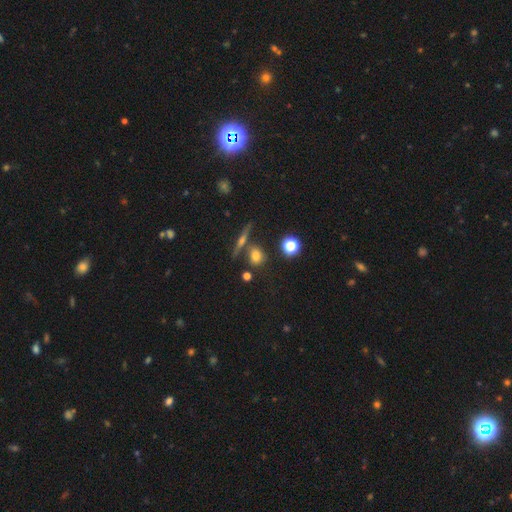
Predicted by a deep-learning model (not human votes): smooth-or-featured: smooth: 69% | featured or disk: 15% | star or artifact: 15%
  how-rounded: round: 66% | in between: 29% | cigar-shaped: 5%
  merging: none: 70% | merger: 14% | minor disturbance: 11% | major disturbance: 4%